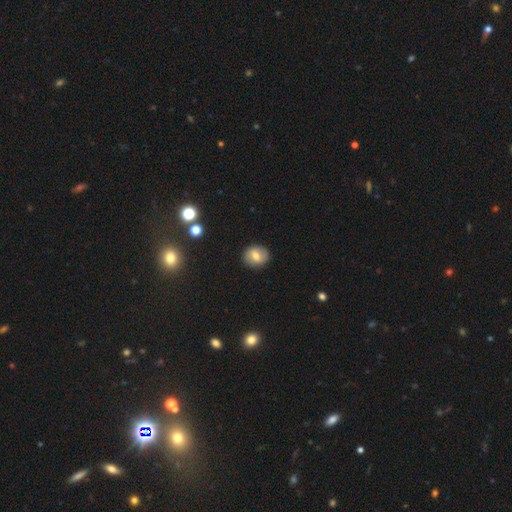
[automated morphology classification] Smooth or featured? smooth (67%)
How rounded? round (67%)
Merging? none (89%)